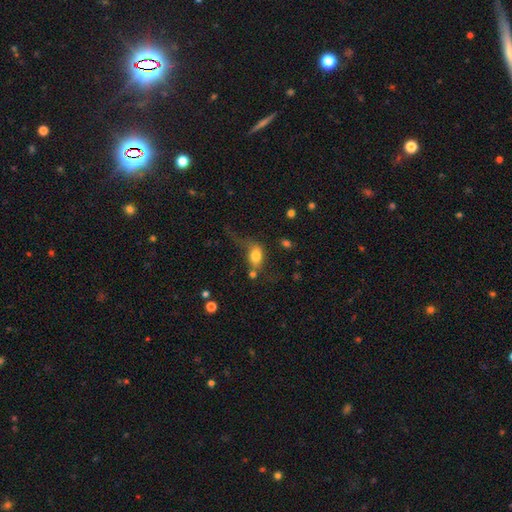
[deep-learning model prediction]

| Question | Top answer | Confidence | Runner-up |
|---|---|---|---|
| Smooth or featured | smooth | 76% | featured or disk (15%) |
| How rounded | in between | 80% | round (17%) |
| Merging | none | 34% | major disturbance (32%) |